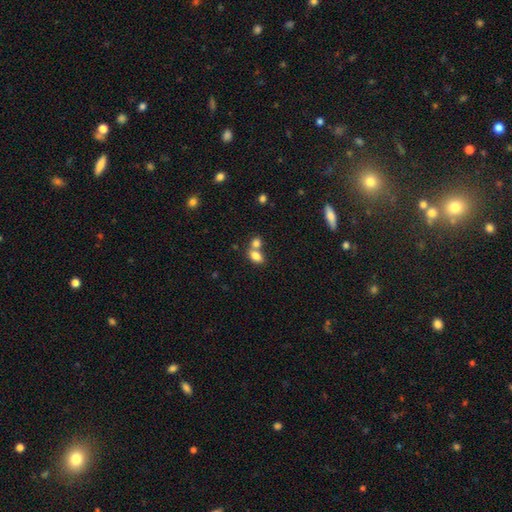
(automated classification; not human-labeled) smooth-or-featured: smooth: 81% | featured or disk: 10% | star or artifact: 9%
  how-rounded: in between: 83% | round: 15% | cigar-shaped: 2%
  merging: merger: 51% | none: 37% | minor disturbance: 8% | major disturbance: 3%